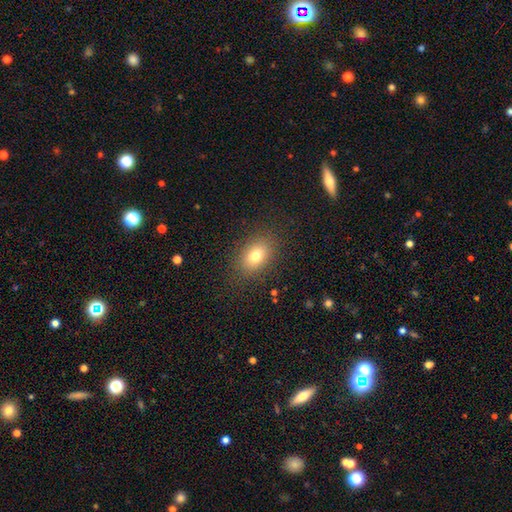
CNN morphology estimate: This appears to be a smooth galaxy with no disk features (78%) that is in between round and cigar-shaped (79%). Merging: none (85%).